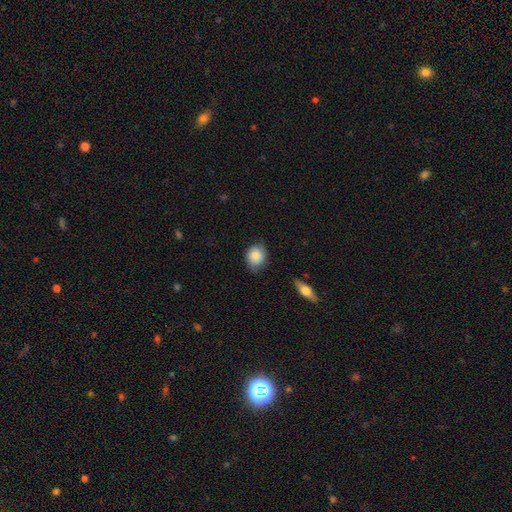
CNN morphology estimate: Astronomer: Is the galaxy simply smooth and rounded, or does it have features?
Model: smooth — 84%.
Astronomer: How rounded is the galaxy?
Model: round — 54% (runner-up: in between, 44%).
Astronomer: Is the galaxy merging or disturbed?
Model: none — 71%.